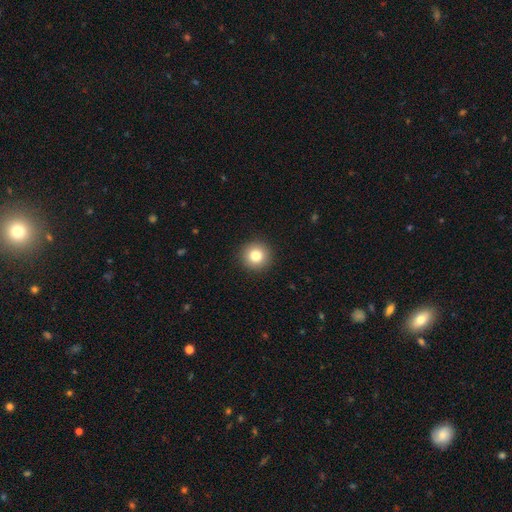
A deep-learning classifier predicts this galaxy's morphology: type=smooth (82%); roundness=round (95%); merging=none (92%).